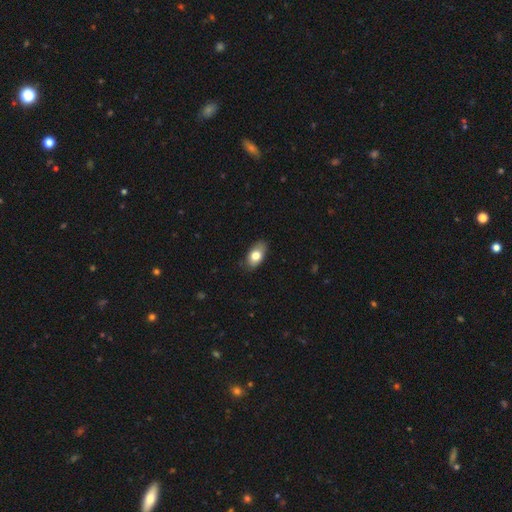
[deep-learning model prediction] This is likely a smooth galaxy (76%). How rounded: clearly in between (90%). Merging: clearly none (82%).